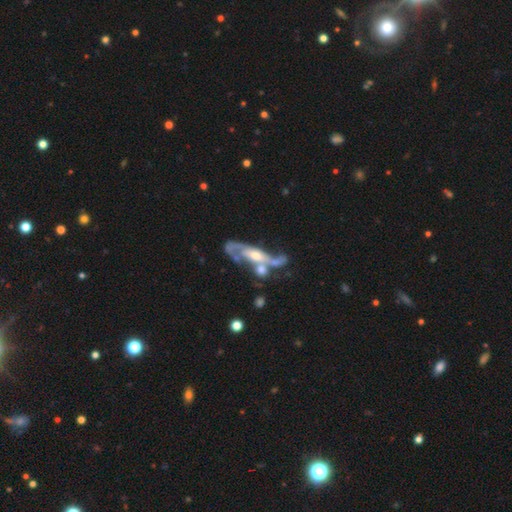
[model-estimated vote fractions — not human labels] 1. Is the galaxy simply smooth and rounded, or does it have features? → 80% featured or disk, 14% smooth, 6% star or artifact.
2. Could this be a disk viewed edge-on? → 77% no, 23% yes.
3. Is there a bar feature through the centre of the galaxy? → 54% no, 28% weak, 18% strong.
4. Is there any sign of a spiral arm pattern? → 81% yes, 19% no.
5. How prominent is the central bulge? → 60% moderate, 25% small, 10% large, 4% none, 2% dominant.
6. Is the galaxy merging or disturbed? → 36% merger, 29% none, 19% major disturbance, 16% minor disturbance.